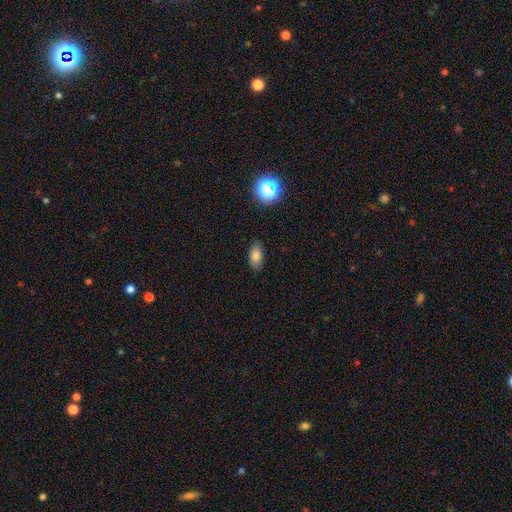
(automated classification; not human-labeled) A smooth galaxy with no disk features (77%) that is in between round and cigar-shaped (89%). Merging: none (86%).